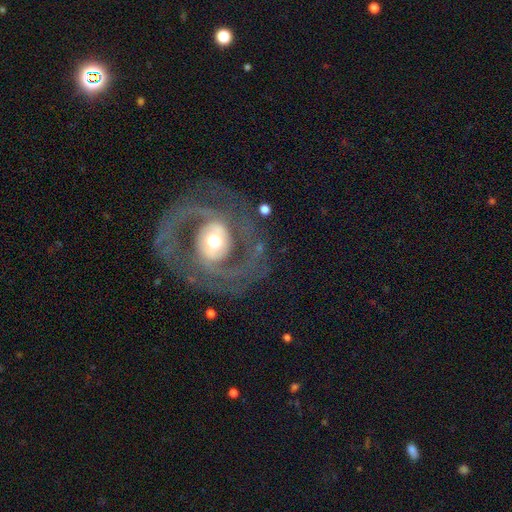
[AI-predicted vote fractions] Q: Smooth or featured?
A: featured or disk (87%); runner-up: smooth (7%)
Q: Edge-on disk?
A: no (97%); runner-up: yes (3%)
Q: Bar?
A: no (39%); runner-up: weak (33%)
Q: Spiral arms?
A: yes (92%); runner-up: no (8%)
Q: Spiral winding?
A: medium (48%); runner-up: tight (40%)
Q: Spiral arm count?
A: 2 (86%); runner-up: can't tell (5%)
Q: Bulge size?
A: moderate (57%); runner-up: small (29%)
Q: Merging?
A: none (78%); runner-up: minor disturbance (12%)